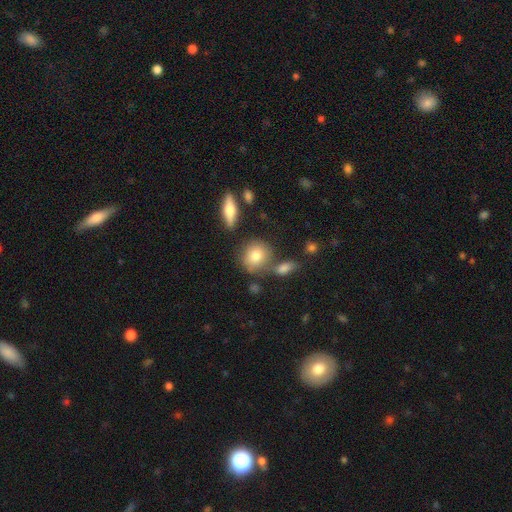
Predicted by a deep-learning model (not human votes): This is likely a smooth galaxy (78%). How rounded: likely round (75%). Merging: likely none (63%).